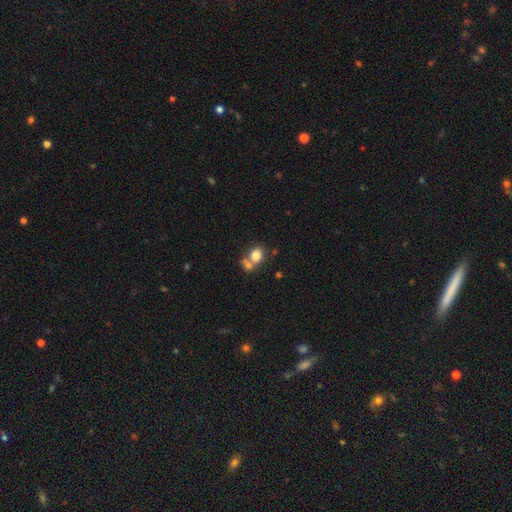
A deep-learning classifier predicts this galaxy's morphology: Overall: smooth (77%). How rounded: round (60%; in between 39%). Merging: merger (44%; none 41%).